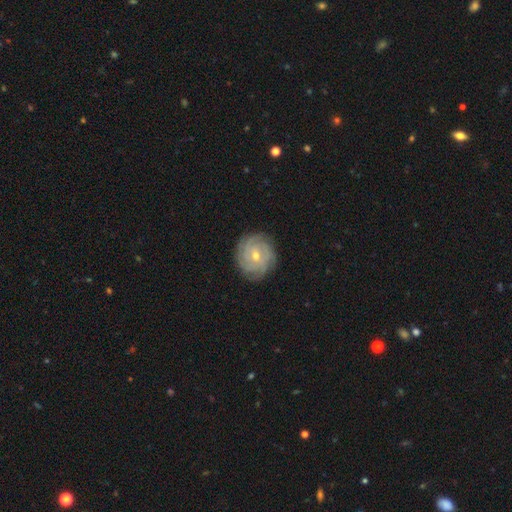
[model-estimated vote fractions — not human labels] Smooth or featured?
  - featured or disk: 79% *
  - smooth: 13%
  - star or artifact: 8%
Edge-on disk?
  - no: 97% *
  - yes: 3%
Bar?
  - no: 65% *
  - weak: 28%
  - strong: 7%
Spiral arms?
  - yes: 96% *
  - no: 4%
Spiral winding?
  - tight: 80% *
  - medium: 16%
  - loose: 4%
Spiral arm count?
  - can't tell: 30% *
  - 4: 24%
  - 3: 17%
  - more than 4: 11%
  - 2: 10%
  - 1: 8%
Bulge size?
  - small: 52% *
  - moderate: 46%
  - large: 1%
  - none: 1%
  - dominant: 1%
Merging?
  - none: 86% *
  - minor disturbance: 10%
  - major disturbance: 3%
  - merger: 1%